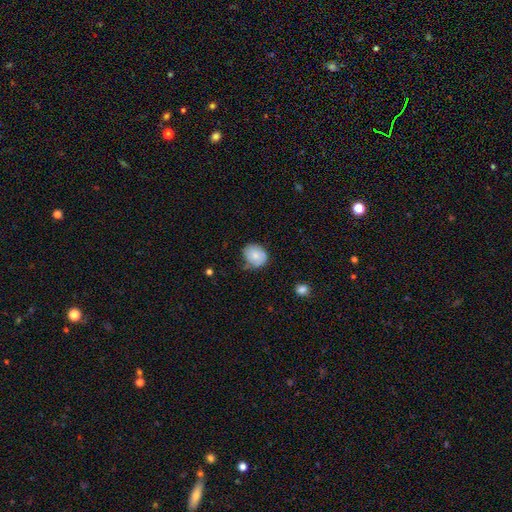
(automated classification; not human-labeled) Q: Smooth or featured?
A: smooth (79%); runner-up: featured or disk (13%)
Q: How rounded?
A: round (62%); runner-up: in between (37%)
Q: Merging?
A: none (59%); runner-up: minor disturbance (32%)